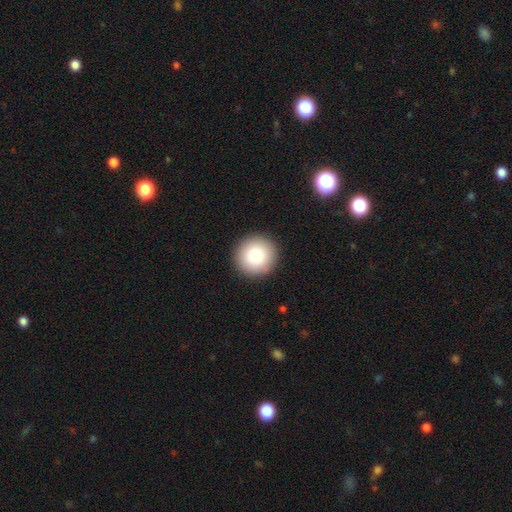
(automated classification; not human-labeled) A smooth galaxy with no disk features (83%) that is round (95%).

Vote fractions:
- Smooth or featured? smooth: 83% / featured or disk: 9% / star or artifact: 8%
- How rounded? round: 95% / in between: 4% / cigar-shaped: 1%
- Merging? none: 92% / minor disturbance: 5% / major disturbance: 2% / merger: 1%